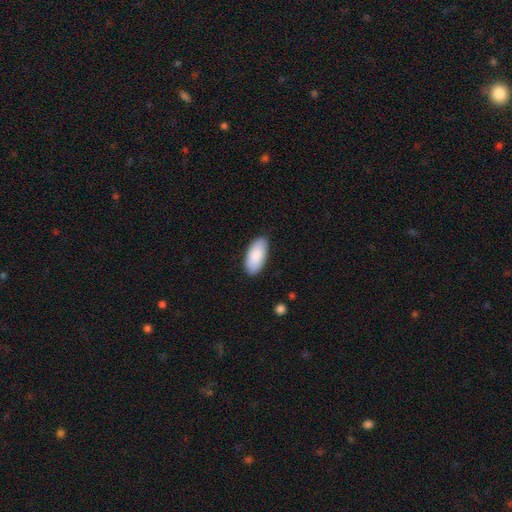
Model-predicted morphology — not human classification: Smooth or featured? smooth (89%)
How rounded? in between (92%)
Merging? none (87%)